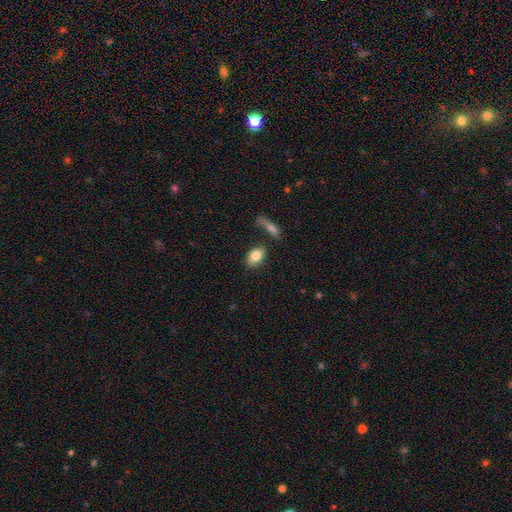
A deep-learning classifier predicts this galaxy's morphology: The model was most divided on "merging": none: 76%, minor disturbance: 12%, merger: 8%, major disturbance: 4%. More confident: how rounded — in between (87%); smooth or featured — smooth (82%).